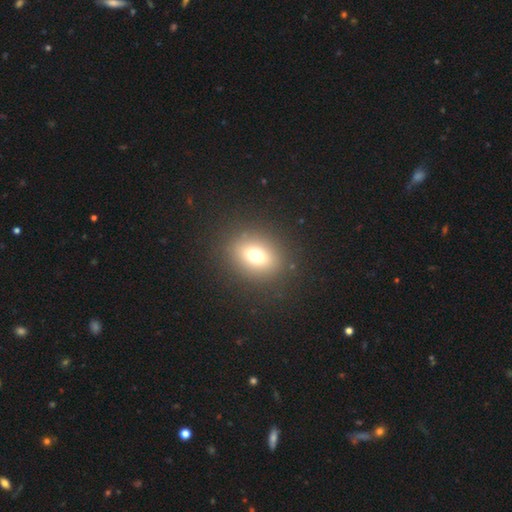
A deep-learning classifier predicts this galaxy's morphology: The model was most divided on "how rounded": in between: 52%, round: 46%, cigar-shaped: 2%. More confident: merging — none (86%); smooth or featured — smooth (71%).